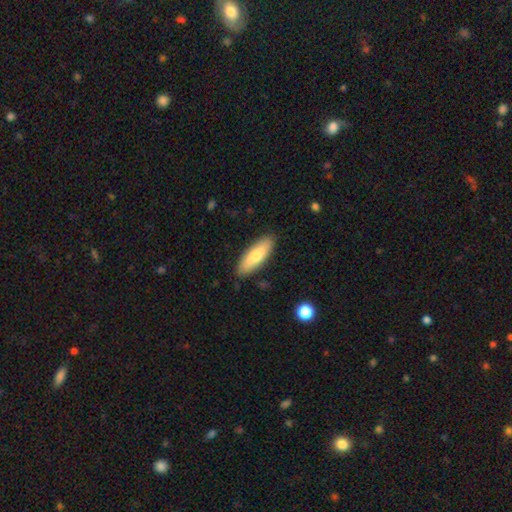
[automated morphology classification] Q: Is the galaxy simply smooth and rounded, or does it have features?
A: smooth — 76%.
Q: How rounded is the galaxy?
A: in between — 59%.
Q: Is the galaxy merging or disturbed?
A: none — 87%.